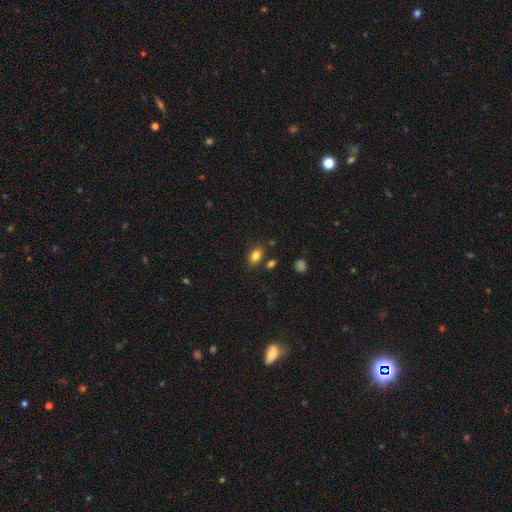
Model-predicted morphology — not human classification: Smooth or featured?
  - smooth: 83% *
  - star or artifact: 10%
  - featured or disk: 7%
How rounded?
  - in between: 83% *
  - round: 15%
  - cigar-shaped: 2%
Merging?
  - none: 80% *
  - minor disturbance: 12%
  - merger: 5%
  - major disturbance: 3%